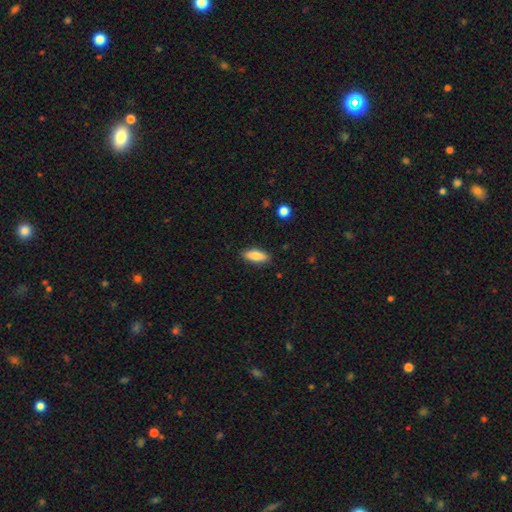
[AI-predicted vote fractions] This is clearly a smooth galaxy (84%). How rounded: likely in between (69%). Merging: clearly none (87%).